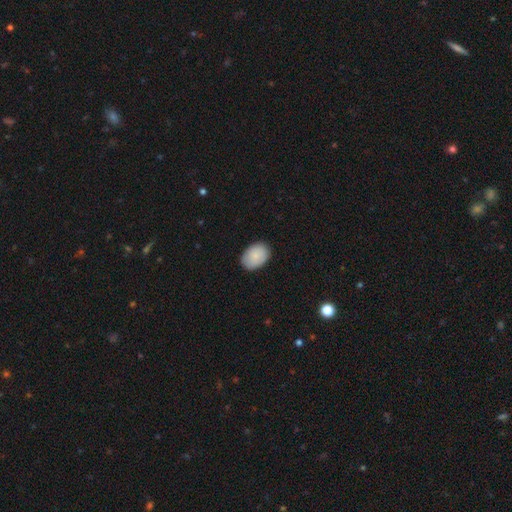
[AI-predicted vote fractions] The model was most divided on "how rounded": in between: 82%, round: 17%, cigar-shaped: 1%. More confident: smooth or featured — smooth (88%); merging — none (86%).